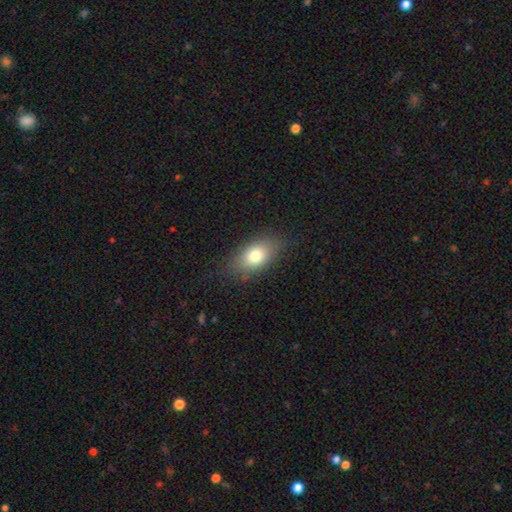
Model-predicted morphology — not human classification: Overall: smooth (77%). How rounded: in between (84%). Merging: none (81%).